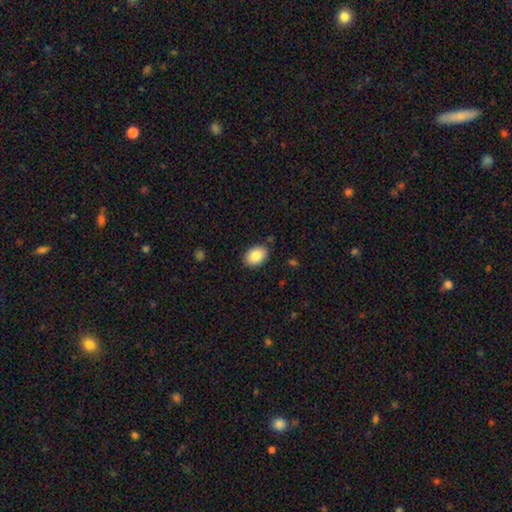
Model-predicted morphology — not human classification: A smooth galaxy with no disk features (85%) that is in between round and cigar-shaped (81%).

Vote fractions:
- Smooth or featured? smooth: 85% / featured or disk: 8% / star or artifact: 7%
- How rounded? in between: 81% / round: 18% / cigar-shaped: 1%
- Merging? none: 85% / minor disturbance: 11% / major disturbance: 2% / merger: 2%